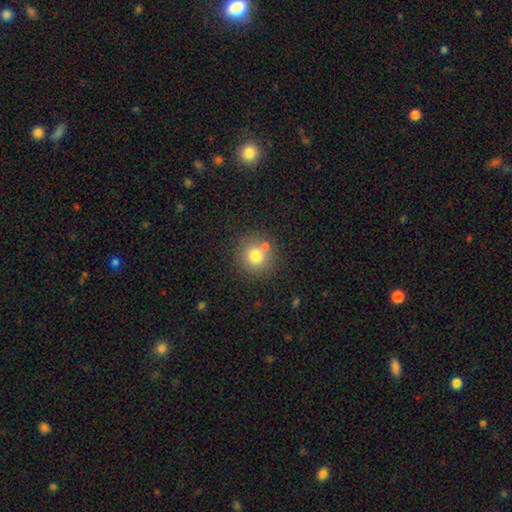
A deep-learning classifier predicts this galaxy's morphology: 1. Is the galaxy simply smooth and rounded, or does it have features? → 77% smooth, 12% star or artifact, 12% featured or disk.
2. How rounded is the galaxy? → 91% round, 8% in between, 1% cigar-shaped.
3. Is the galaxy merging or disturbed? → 70% none, 17% merger, 10% minor disturbance, 3% major disturbance.